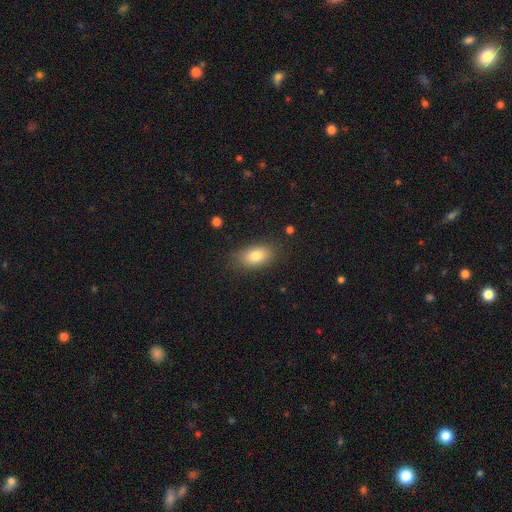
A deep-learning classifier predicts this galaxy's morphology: A smooth galaxy with no disk features (81%) that is in between round and cigar-shaped (88%). Merging: none (82%).